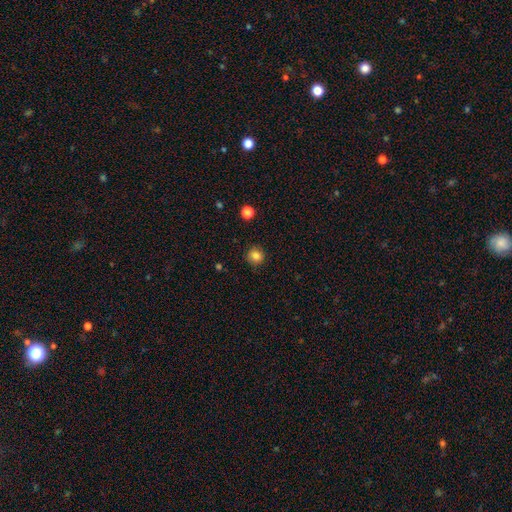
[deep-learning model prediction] Overall: smooth (83%). How rounded: round (88%). Merging: none (90%).